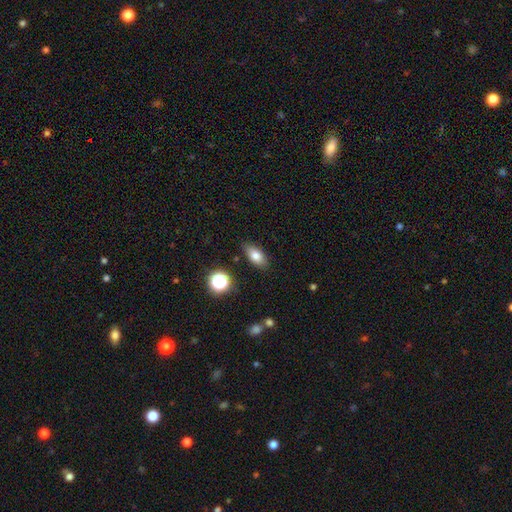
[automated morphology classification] Q: Smooth or featured?
A: smooth (77%); runner-up: featured or disk (12%)
Q: How rounded?
A: in between (84%); runner-up: round (8%)
Q: Merging?
A: none (83%); runner-up: minor disturbance (12%)